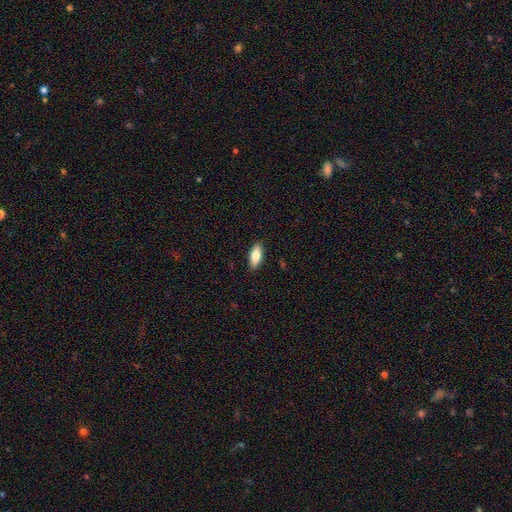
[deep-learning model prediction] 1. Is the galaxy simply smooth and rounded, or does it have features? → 80% smooth, 14% featured or disk, 6% star or artifact.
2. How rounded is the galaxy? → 83% in between, 15% cigar-shaped, 2% round.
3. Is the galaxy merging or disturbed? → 90% none, 8% minor disturbance, 2% major disturbance, 1% merger.